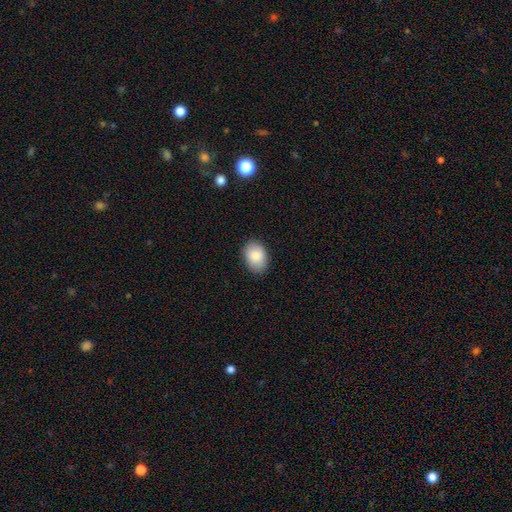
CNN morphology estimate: Overall: smooth (86%). How rounded: in between (81%). Merging: none (85%).